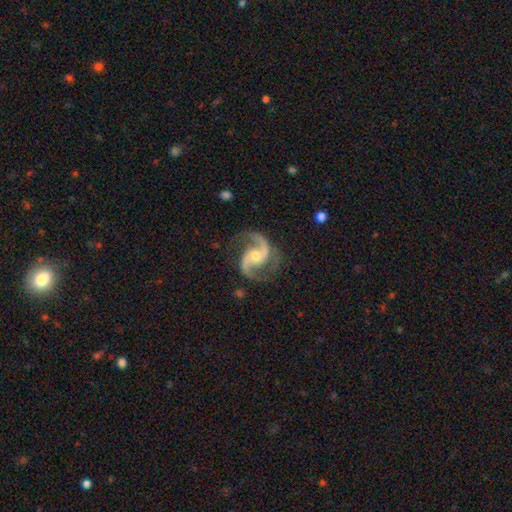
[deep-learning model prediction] The model was most divided on "bulge size": moderate: 54%, small: 39%, large: 3%, none: 2%, dominant: 1%. More confident: spiral arms — yes (98%); edge-on disk — no (98%); spiral arm count — 2 (94%); smooth or featured — featured or disk (93%); merging — none (79%); spiral winding — medium (58%); bar — no (53%).